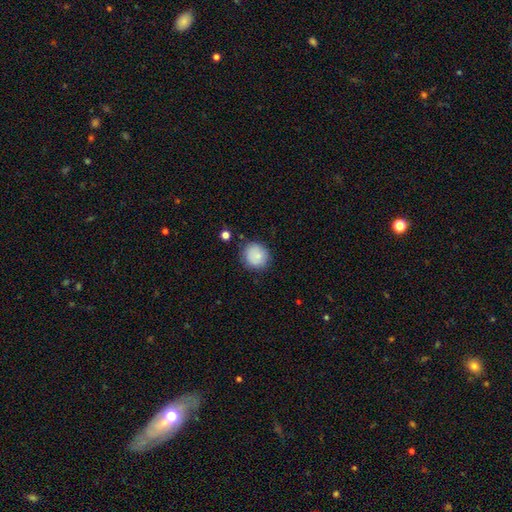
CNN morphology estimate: The model was most divided on "merging": none: 80%, minor disturbance: 14%, major disturbance: 3%, merger: 2%. More confident: how rounded — round (85%); smooth or featured — smooth (83%).